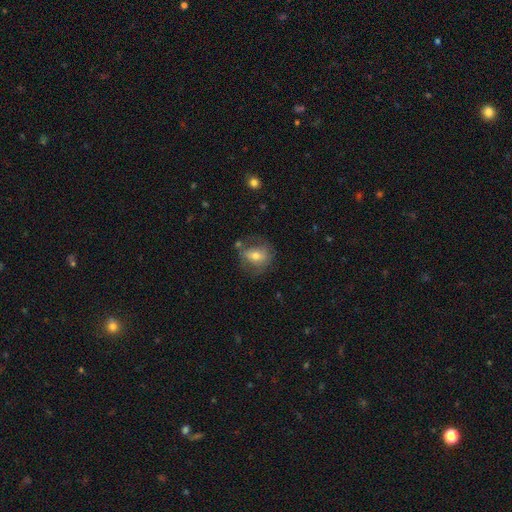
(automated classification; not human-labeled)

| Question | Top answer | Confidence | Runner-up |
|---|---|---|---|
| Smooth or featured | smooth | 57% | featured or disk (34%) |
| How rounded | round | 51% | in between (47%) |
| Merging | none | 57% | minor disturbance (24%) |